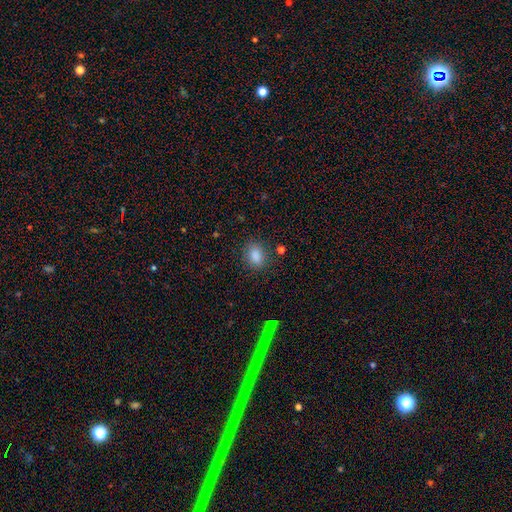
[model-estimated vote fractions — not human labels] Morphology: type=smooth (85%); roundness=in between (70%); merging=none (80%).